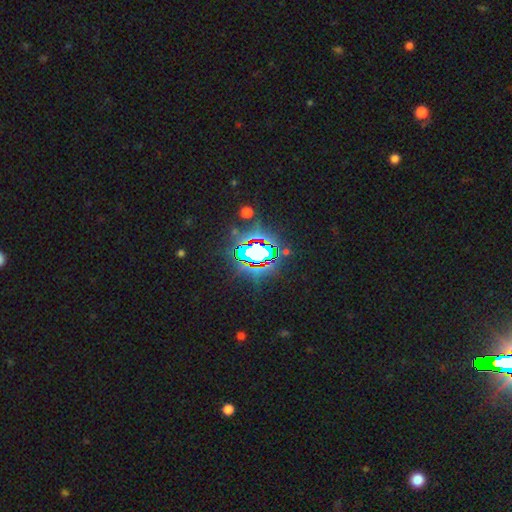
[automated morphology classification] smooth_or_featured: star or artifact (p=0.84) [alt: smooth p=0.09]